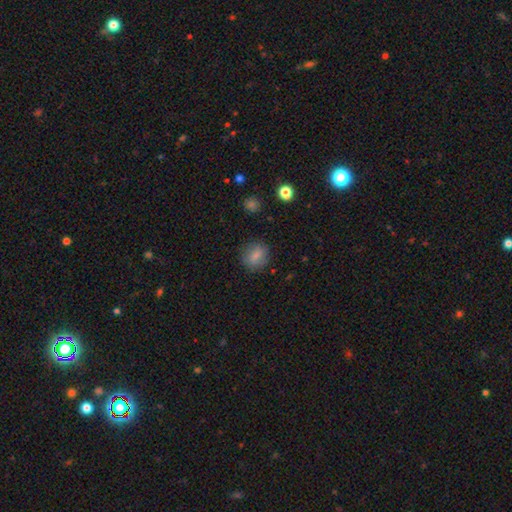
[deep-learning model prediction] Q: Smooth or featured?
A: smooth (80%); runner-up: featured or disk (11%)
Q: How rounded?
A: round (71%); runner-up: in between (28%)
Q: Merging?
A: none (83%); runner-up: minor disturbance (12%)